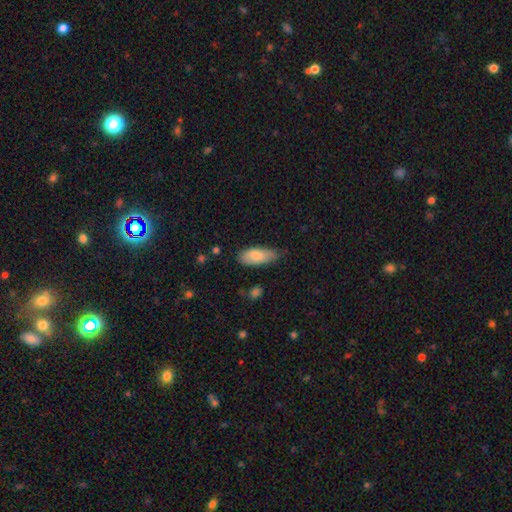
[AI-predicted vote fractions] This appears to be a smooth galaxy with no disk features (79%) that is in between round and cigar-shaped (83%). Merging: none (62%).